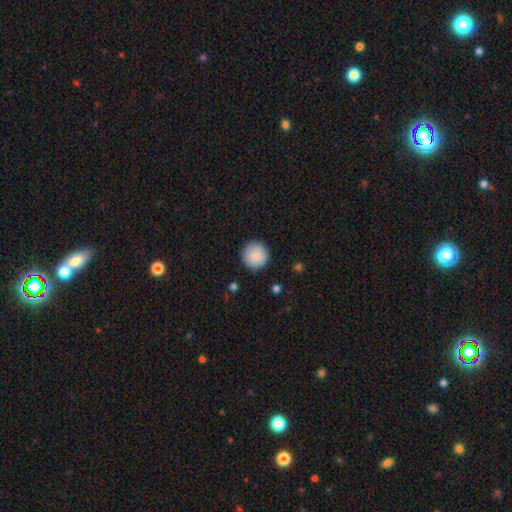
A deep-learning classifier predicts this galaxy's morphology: Smooth or featured: smooth — 88% (star or artifact — 7%)
How rounded: round — 96% (in between — 3%)
Merging: none — 91% (minor disturbance — 6%)